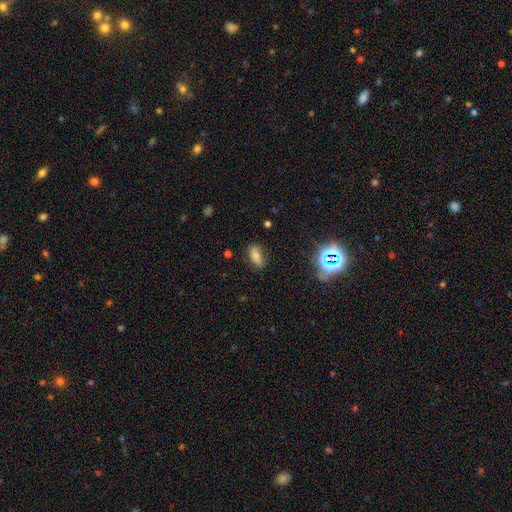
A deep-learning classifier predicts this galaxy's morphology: Smooth or featured?
  - smooth: 66% *
  - featured or disk: 17%
  - star or artifact: 17%
How rounded?
  - in between: 83% *
  - cigar-shaped: 10%
  - round: 6%
Merging?
  - none: 76% *
  - minor disturbance: 18%
  - major disturbance: 5%
  - merger: 2%